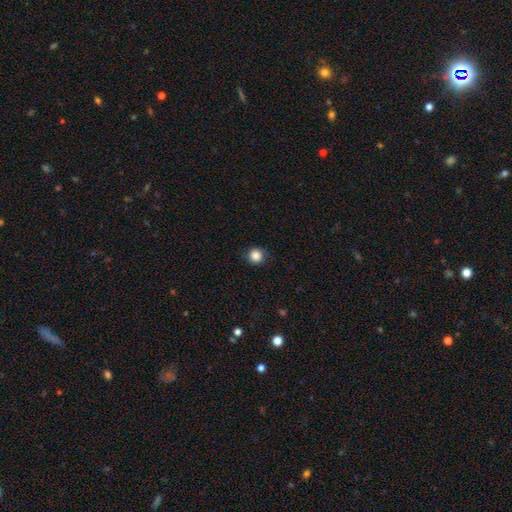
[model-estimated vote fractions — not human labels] Smooth or featured? Predicted: smooth (p=0.86). How rounded? Predicted: round (p=0.92). Merging? Predicted: none (p=0.88).